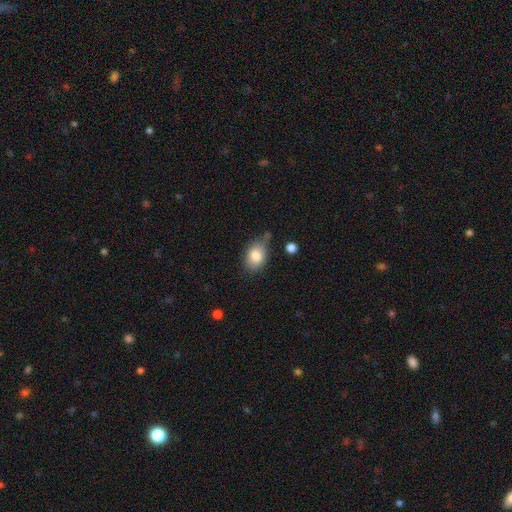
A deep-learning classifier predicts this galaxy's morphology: smooth_or_featured: smooth (p=0.82) [alt: featured or disk p=0.10]
how_rounded: in between (p=0.79) [alt: round p=0.19]
merging: none (p=0.62) [alt: minor disturbance p=0.26]